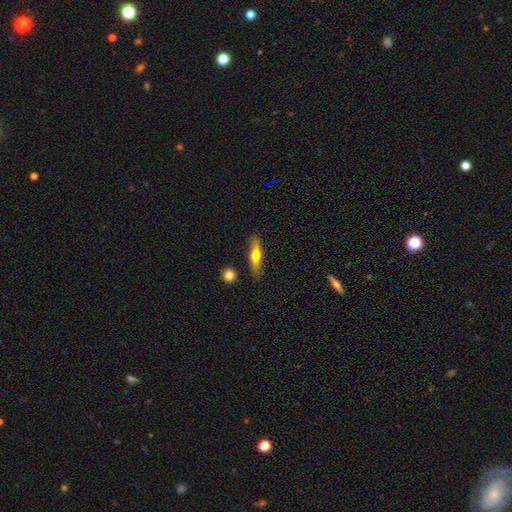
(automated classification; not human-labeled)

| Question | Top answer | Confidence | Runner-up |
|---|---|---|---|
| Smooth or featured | smooth | 58% | featured or disk (25%) |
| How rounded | in between | 60% | cigar-shaped (34%) |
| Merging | none | 82% | minor disturbance (12%) |